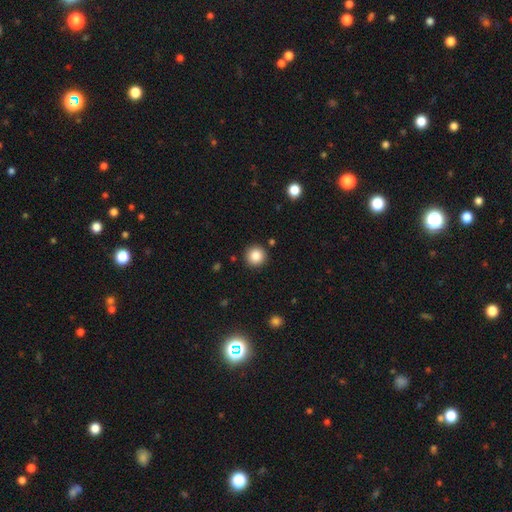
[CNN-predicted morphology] Smooth or featured? smooth (85%)
How rounded? round (95%)
Merging? none (91%)